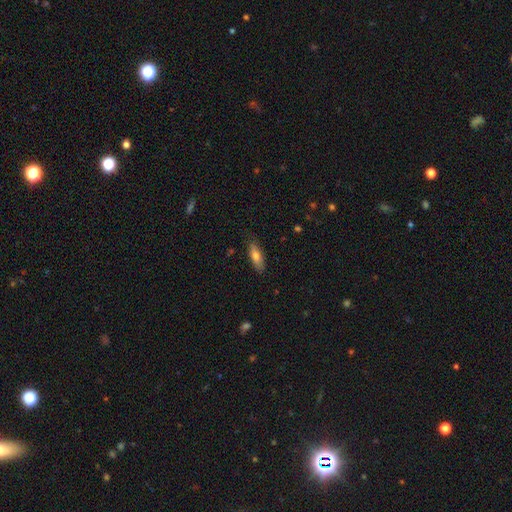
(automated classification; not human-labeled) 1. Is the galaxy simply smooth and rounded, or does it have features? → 71% smooth, 22% featured or disk, 7% star or artifact.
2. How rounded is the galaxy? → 54% in between, 44% cigar-shaped, 2% round.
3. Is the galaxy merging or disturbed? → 83% none, 13% minor disturbance, 2% major disturbance, 1% merger.